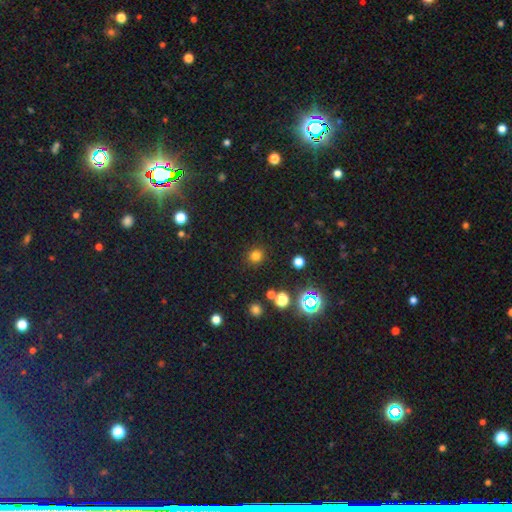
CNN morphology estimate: The model was most divided on "smooth or featured": smooth: 75%, star or artifact: 20%, featured or disk: 5%. More confident: how rounded — round (90%); merging — none (88%).